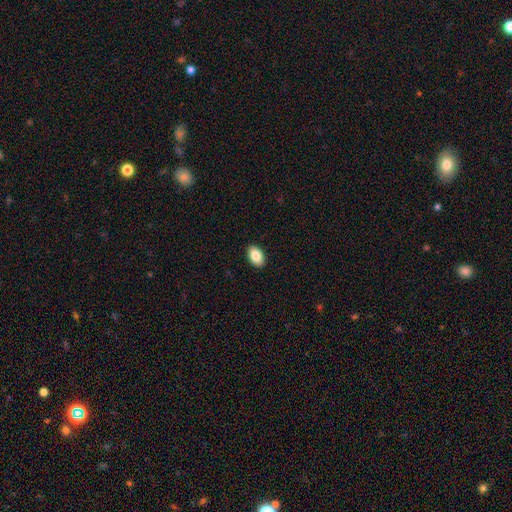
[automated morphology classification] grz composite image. It shows a smooth galaxy with no disk features (86%) that is in between round and cigar-shaped (91%). Merging: none (90%).